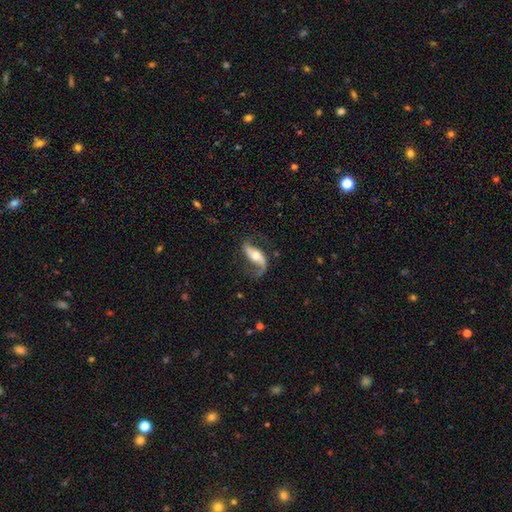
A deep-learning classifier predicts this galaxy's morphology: A featured or disk galaxy (81%) with no bar (38%), 2 (83%) loose (71%) spiral arms (94%) and a moderate central bulge (65%).

Vote fractions:
- Smooth or featured? featured or disk: 81% / smooth: 13% / star or artifact: 5%
- Edge-on disk? no: 89% / yes: 11%
- Bar? no: 38% / strong: 33% / weak: 29%
- Spiral arms? yes: 94% / no: 6%
- Spiral winding? loose: 71% / medium: 22% / tight: 6%
- Spiral arm count? 2: 83% / 1: 13% / can't tell: 2% / 3: 1% / 4: 1% / more than 4: 1%
- Bulge size? moderate: 65% / small: 18% / large: 13% / dominant: 2% / none: 2%
- Merging? none: 66% / minor disturbance: 17% / major disturbance: 15% / merger: 2%